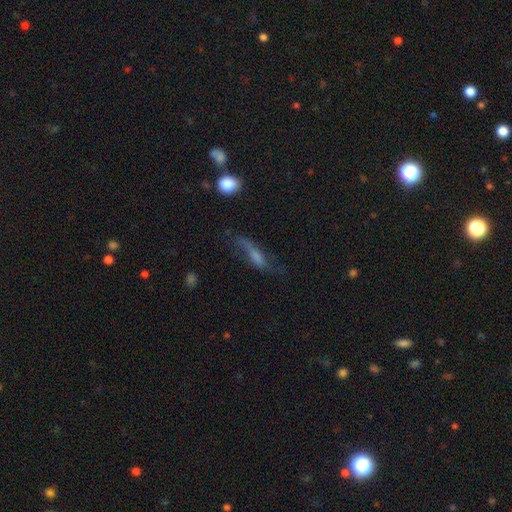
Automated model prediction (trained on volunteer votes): smooth_or_featured: featured or disk (p=0.45) [alt: smooth p=0.41]
merging: none (p=0.44) [alt: major disturbance p=0.27]